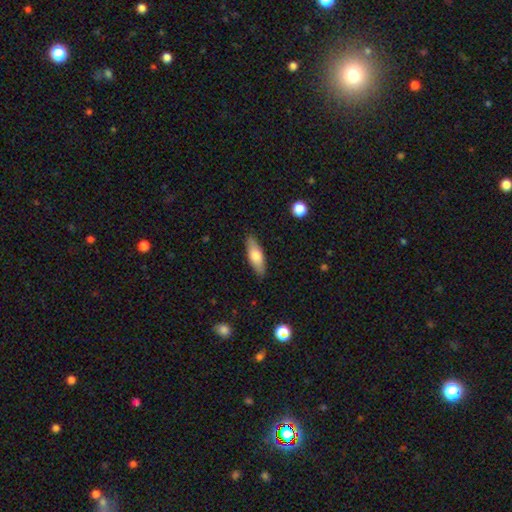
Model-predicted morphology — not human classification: Smooth or featured? Predicted: smooth (p=0.70). How rounded? Predicted: in between (p=0.63). Merging? Predicted: none (p=0.86).